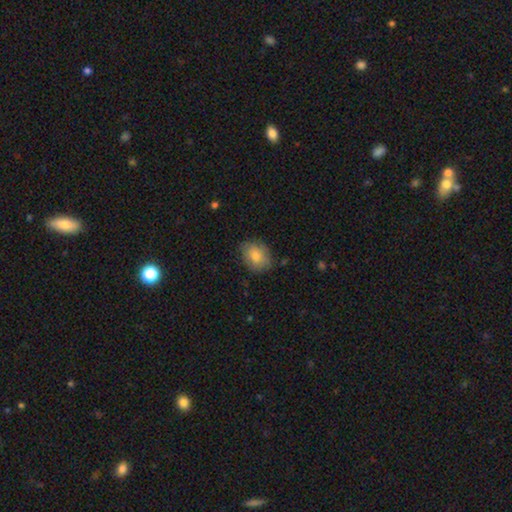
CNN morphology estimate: smooth_or_featured: smooth (p=0.79) [alt: featured or disk p=0.13]
how_rounded: in between (p=0.59) [alt: round p=0.40]
merging: none (p=0.78) [alt: minor disturbance p=0.18]